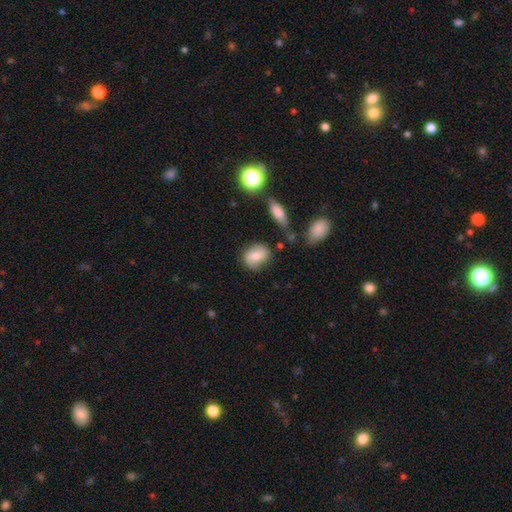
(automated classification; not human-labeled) This is likely a smooth galaxy (67%). How rounded: possibly in between (59%). Merging: likely none (68%).